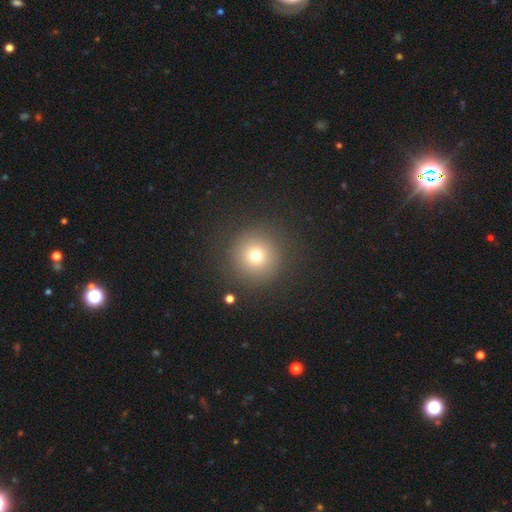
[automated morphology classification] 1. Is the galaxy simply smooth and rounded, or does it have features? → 73% smooth, 16% star or artifact, 11% featured or disk.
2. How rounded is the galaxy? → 95% round, 4% in between, 1% cigar-shaped.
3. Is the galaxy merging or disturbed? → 88% none, 7% minor disturbance, 4% major disturbance, 2% merger.